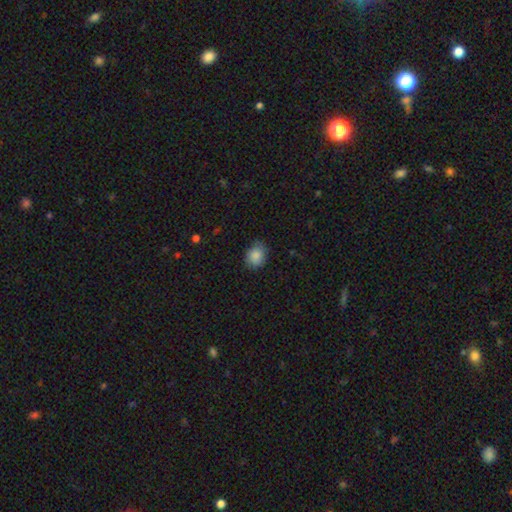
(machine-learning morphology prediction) This is clearly a smooth galaxy (85%). How rounded: possibly round (50%, tied with in between). Merging: likely none (76%).